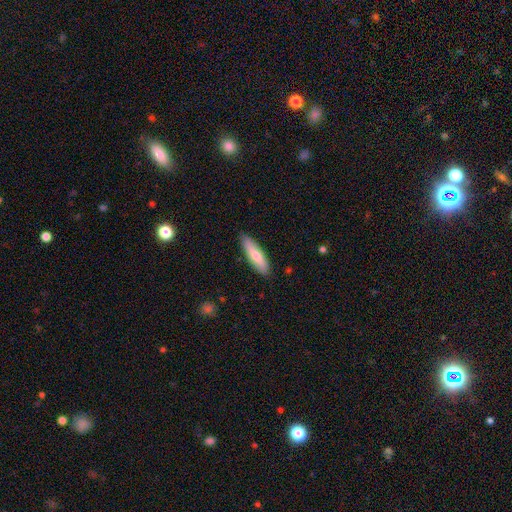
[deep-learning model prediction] Smooth or featured?
  - smooth: 66% *
  - featured or disk: 28%
  - star or artifact: 5%
How rounded?
  - cigar-shaped: 65% *
  - in between: 33%
  - round: 2%
Merging?
  - none: 88% *
  - minor disturbance: 10%
  - major disturbance: 2%
  - merger: 1%